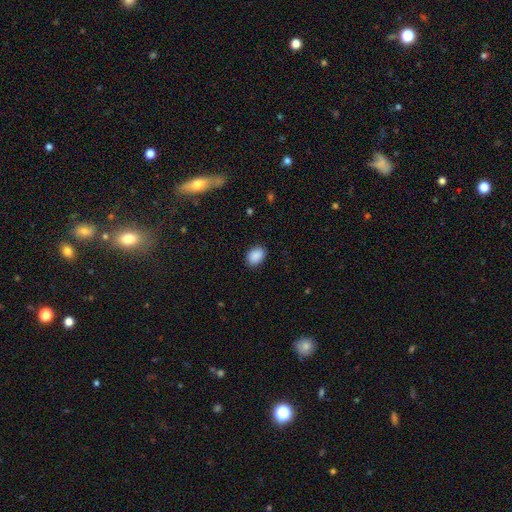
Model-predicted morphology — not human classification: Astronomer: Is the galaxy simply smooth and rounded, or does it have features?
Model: smooth — 90%.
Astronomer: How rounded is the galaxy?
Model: in between — 79%.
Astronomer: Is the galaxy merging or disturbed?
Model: none — 87%.